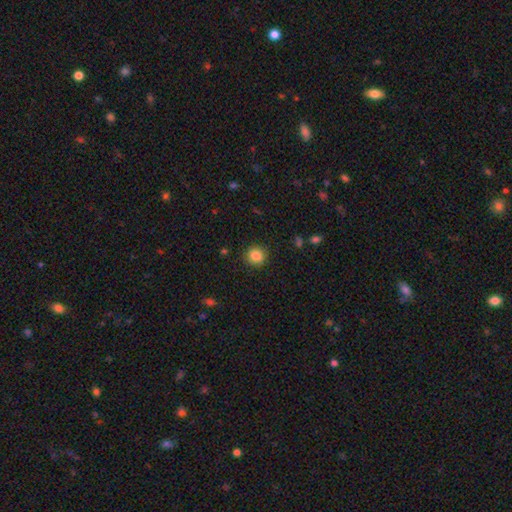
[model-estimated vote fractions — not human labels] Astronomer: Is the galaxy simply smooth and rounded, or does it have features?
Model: smooth — 85%.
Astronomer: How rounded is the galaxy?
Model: round — 86%.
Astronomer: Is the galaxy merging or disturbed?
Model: none — 89%.